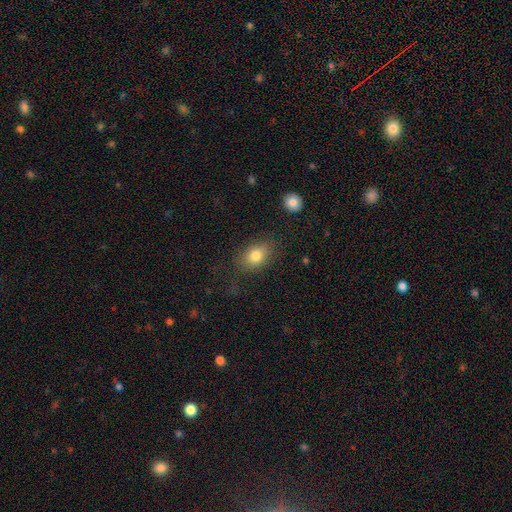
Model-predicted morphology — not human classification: Smooth or featured? Predicted: smooth (p=0.80). How rounded? Predicted: in between (p=0.73). Merging? Predicted: none (p=0.72).